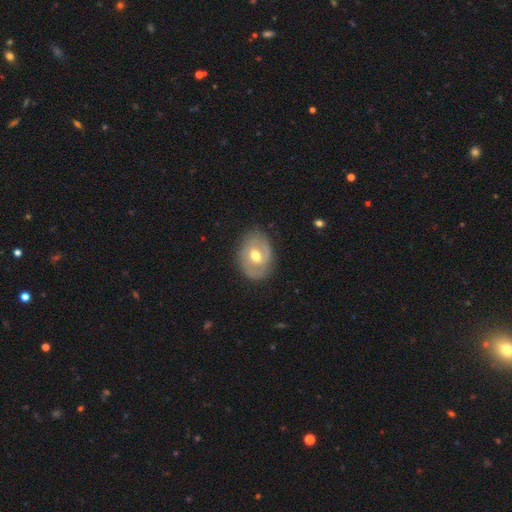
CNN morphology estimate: smooth_or_featured: featured or disk (p=0.61) [alt: smooth p=0.33]
disk_edge_on: no (p=0.95) [alt: yes p=0.05]
bar: weak (p=0.46) [alt: no p=0.40]
has_spiral_arms: yes (p=0.55) [alt: no p=0.45]
bulge_size: moderate (p=0.77) [alt: small p=0.12]
merging: none (p=0.78) [alt: minor disturbance p=0.16]